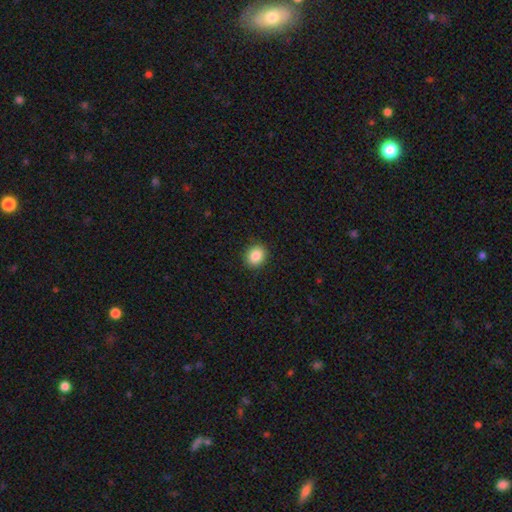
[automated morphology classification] Smooth or featured: smooth — 86% (star or artifact — 9%)
How rounded: round — 63% (in between — 36%)
Merging: none — 91% (minor disturbance — 6%)